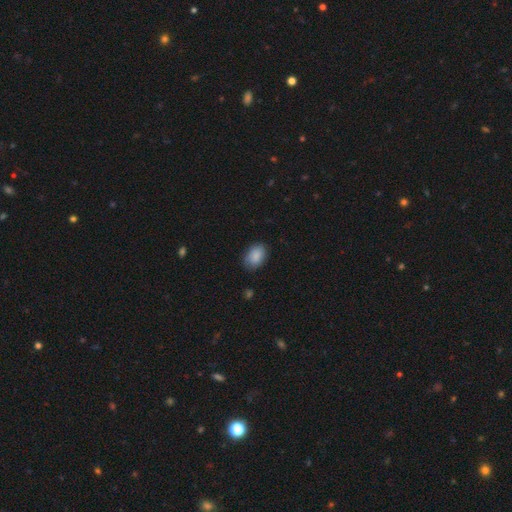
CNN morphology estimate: A smooth galaxy with no disk features (88%) that is in between round and cigar-shaped (87%). Merging: none (81%).